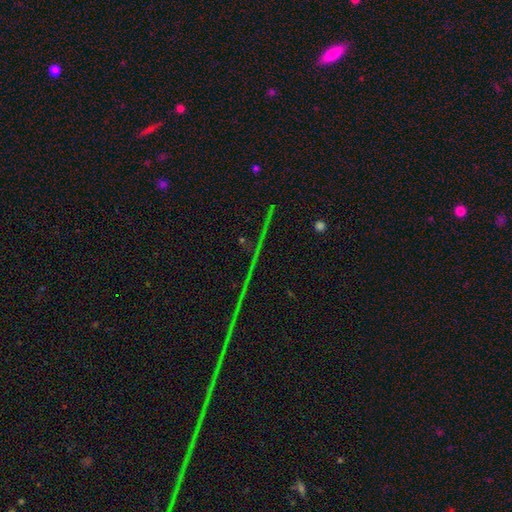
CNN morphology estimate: Smooth or featured? star or artifact (83%)